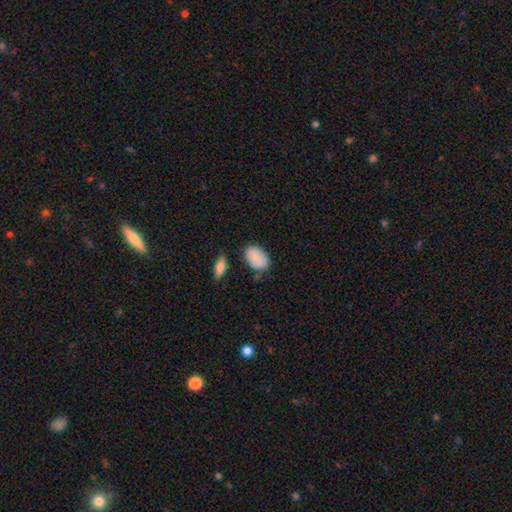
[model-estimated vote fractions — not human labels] Q: Smooth or featured?
A: smooth (87%); runner-up: star or artifact (7%)
Q: How rounded?
A: in between (91%); runner-up: round (7%)
Q: Merging?
A: none (67%); runner-up: minor disturbance (23%)